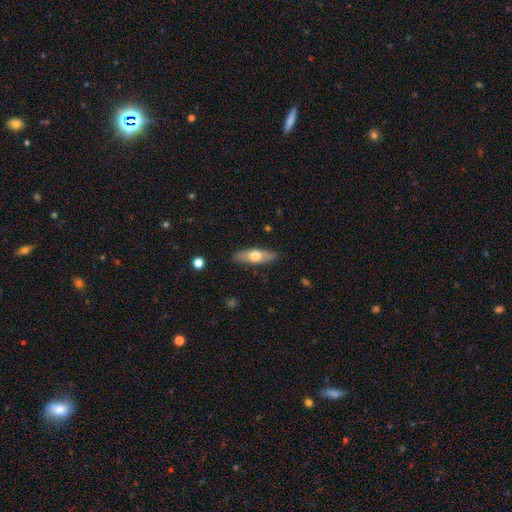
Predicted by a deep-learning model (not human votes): Overall: smooth (59%; featured or disk 35%). How rounded: in between (57%; cigar-shaped 40%). Merging: none (87%).